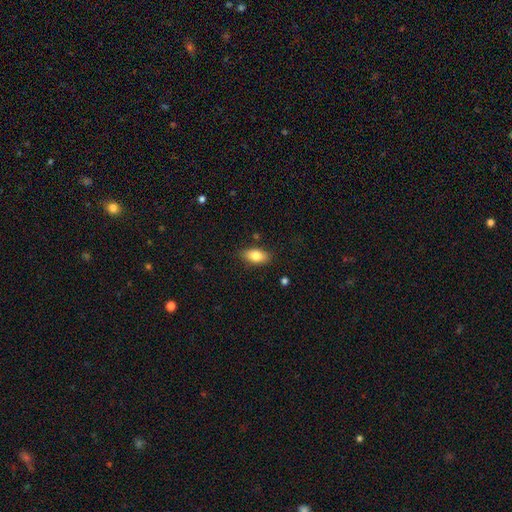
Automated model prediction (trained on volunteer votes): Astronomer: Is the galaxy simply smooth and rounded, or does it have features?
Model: smooth — 82%.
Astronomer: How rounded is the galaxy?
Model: in between — 90%.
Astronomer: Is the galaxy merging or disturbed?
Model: none — 85%.